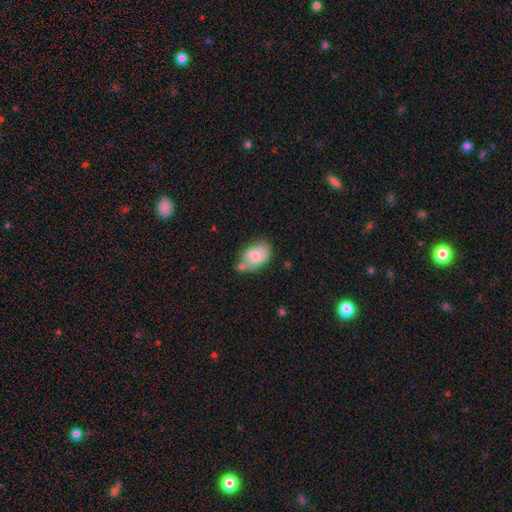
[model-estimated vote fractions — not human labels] A smooth galaxy with no disk features (63%) that is in between round and cigar-shaped (81%).

Vote fractions:
- Smooth or featured? smooth: 63% / featured or disk: 30% / star or artifact: 8%
- How rounded? in between: 81% / round: 17% / cigar-shaped: 1%
- Merging? none: 44% / minor disturbance: 28% / merger: 19% / major disturbance: 9%